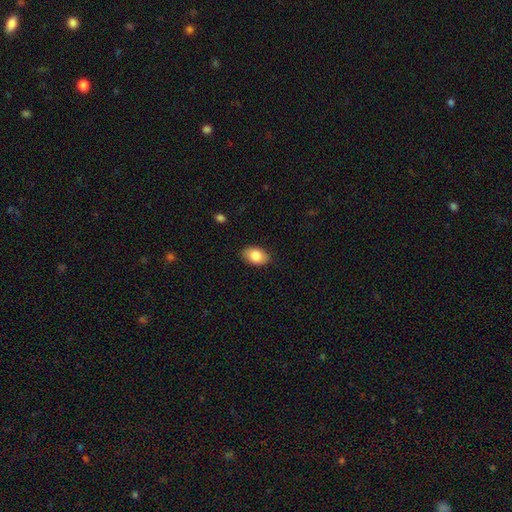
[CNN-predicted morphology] The model was most divided on "smooth or featured": smooth: 84%, featured or disk: 9%, star or artifact: 7%. More confident: how rounded — in between (89%); merging — none (87%).